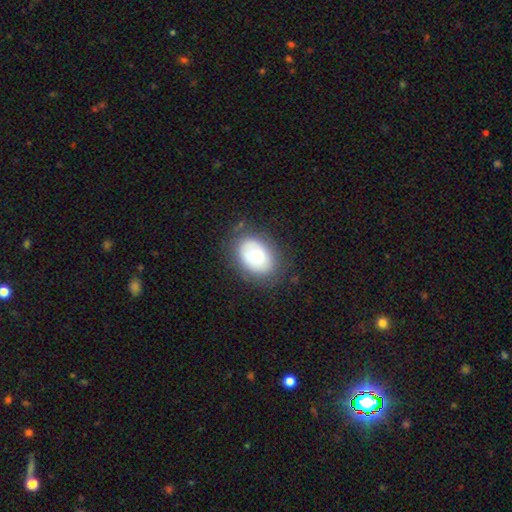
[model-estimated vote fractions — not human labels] Smooth or featured?
  - smooth: 68% *
  - featured or disk: 23%
  - star or artifact: 9%
How rounded?
  - in between: 76% *
  - round: 23%
  - cigar-shaped: 1%
Merging?
  - none: 76% *
  - minor disturbance: 17%
  - major disturbance: 6%
  - merger: 2%